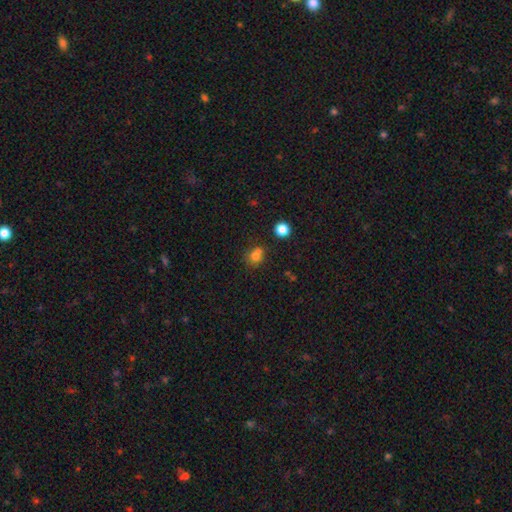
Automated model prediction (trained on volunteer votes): The model was most divided on "merging": none: 45%, merger: 35%, minor disturbance: 14%, major disturbance: 6%. More confident: smooth or featured — smooth (71%); how rounded — round (70%).